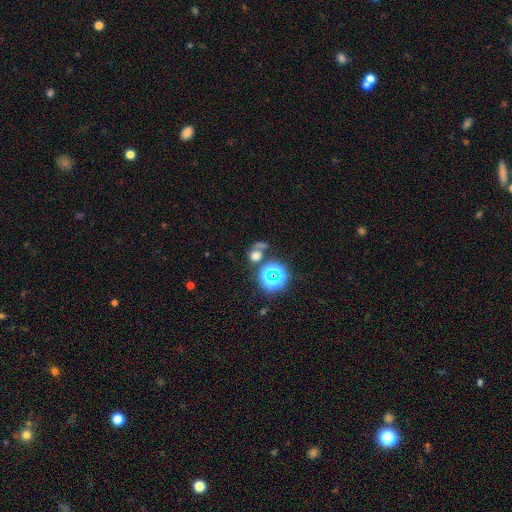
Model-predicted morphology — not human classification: type=smooth (53%); roundness=round (77%); merging=none (51%).